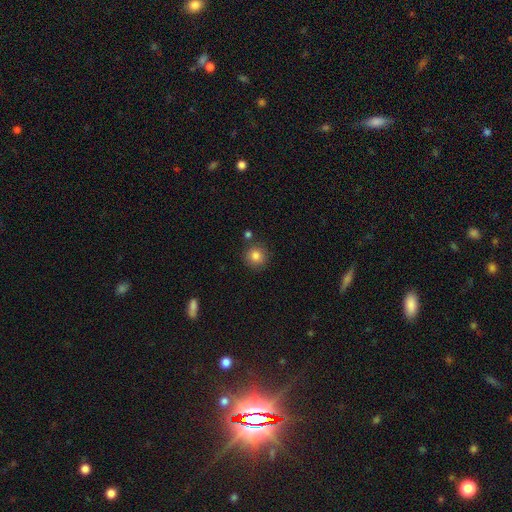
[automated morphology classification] Overall: smooth (83%). How rounded: round (92%). Merging: none (84%).